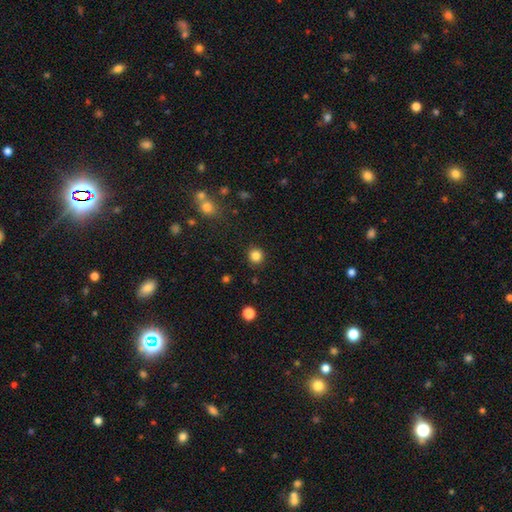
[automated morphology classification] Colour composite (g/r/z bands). It shows a smooth galaxy with no disk features (84%) that is round (92%). Merging: none (91%).